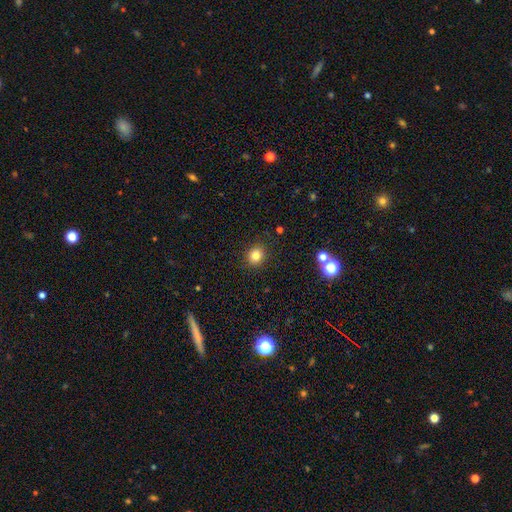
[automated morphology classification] type=smooth (81%); roundness=round (81%); merging=none (90%).